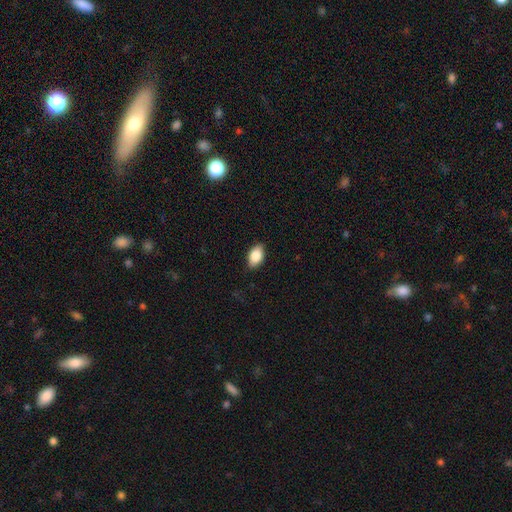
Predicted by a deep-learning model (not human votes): Overall: smooth (84%). How rounded: in between (91%). Merging: none (86%).